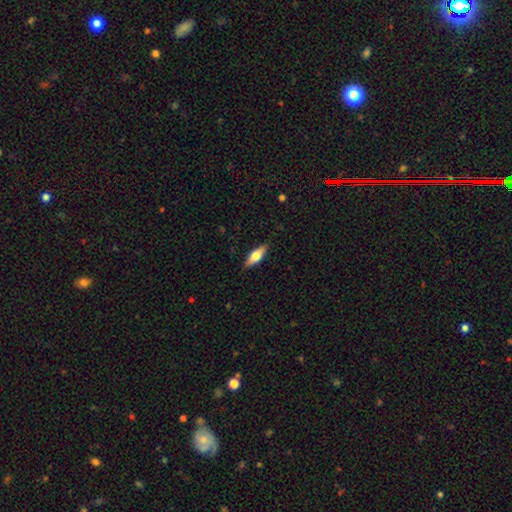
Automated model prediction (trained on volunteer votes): smooth_or_featured: smooth (p=0.53) [alt: featured or disk p=0.41]
how_rounded: in between (p=0.58) [alt: cigar-shaped p=0.39]
merging: none (p=0.87) [alt: minor disturbance p=0.10]